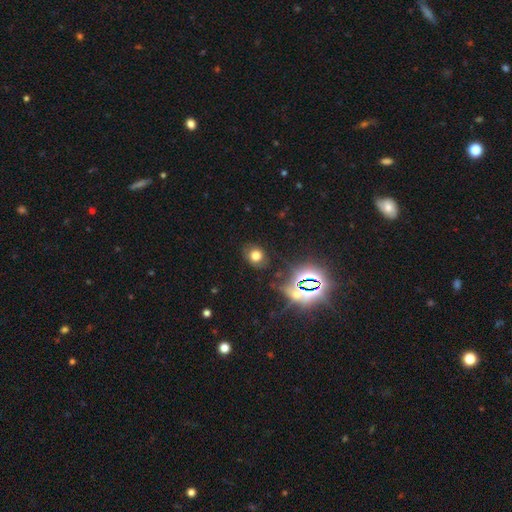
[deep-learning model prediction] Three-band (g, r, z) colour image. It shows a smooth galaxy with no disk features (66%) that is round (58%). Merging: none (80%).